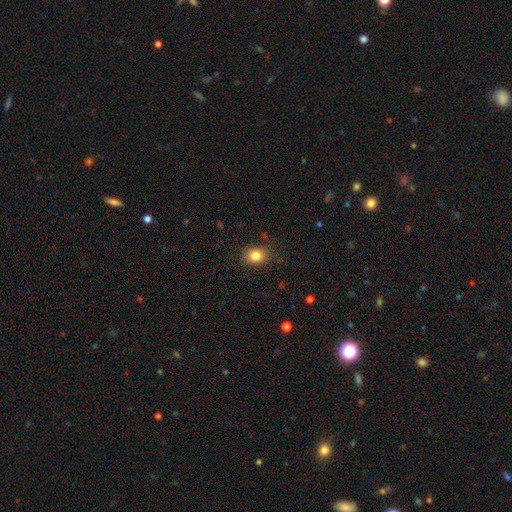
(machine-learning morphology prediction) The model was most divided on "how rounded": in between: 51%, round: 48%, cigar-shaped: 1%. More confident: smooth or featured — smooth (84%); merging — none (83%).